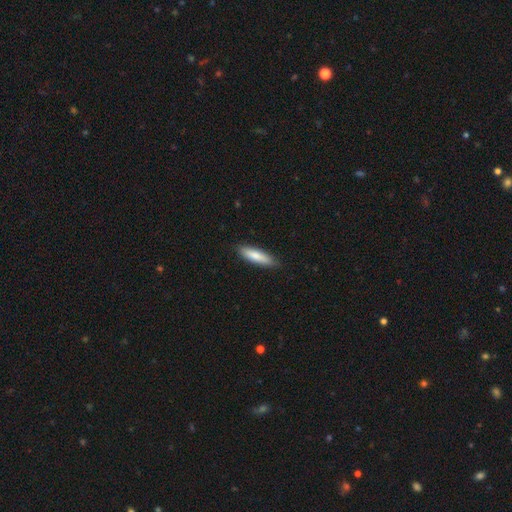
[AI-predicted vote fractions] Overall: smooth (79%). How rounded: cigar-shaped (70%). Merging: none (86%).